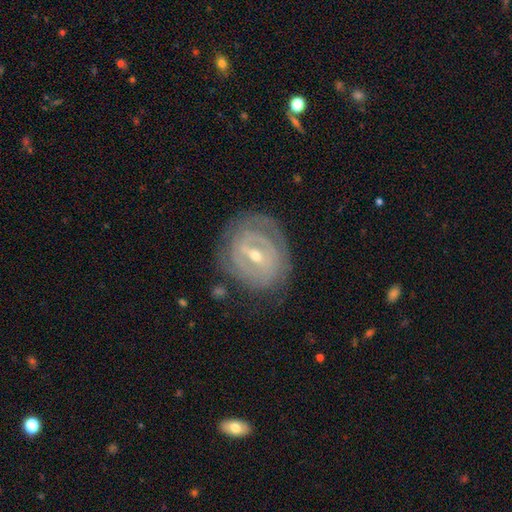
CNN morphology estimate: A featured or disk galaxy (84%) with a weak bar (46%), tight (75%) spiral arms (84%) and a moderate central bulge (51%). Merging: none (73%).